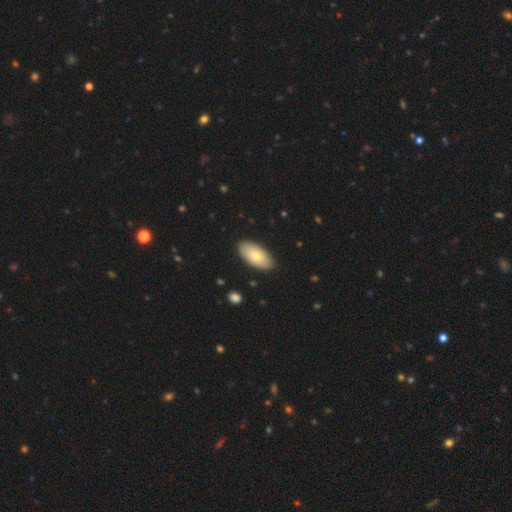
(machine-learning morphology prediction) smooth_or_featured: smooth (p=0.71) [alt: featured or disk p=0.24]
how_rounded: in between (p=0.94) [alt: cigar-shaped p=0.03]
merging: none (p=0.88) [alt: minor disturbance p=0.09]